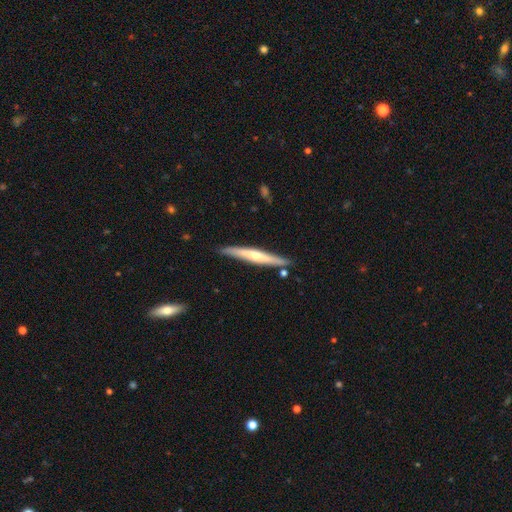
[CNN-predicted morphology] A featured or disk galaxy (57%) viewed edge-on (95%) with a rounded central bulge (73%). Merging: none (85%).